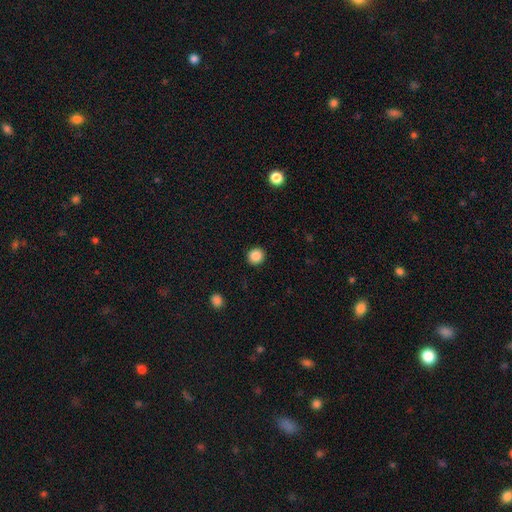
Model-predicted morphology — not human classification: Smooth or featured? smooth (87%)
How rounded? round (92%)
Merging? none (93%)